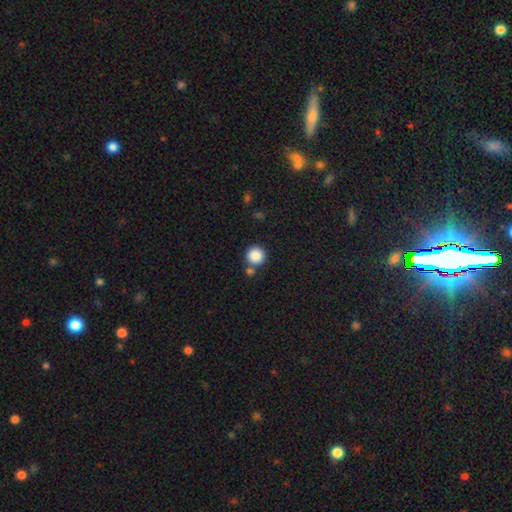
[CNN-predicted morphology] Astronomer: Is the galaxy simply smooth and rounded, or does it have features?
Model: smooth — 87%.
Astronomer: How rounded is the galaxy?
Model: round — 95%.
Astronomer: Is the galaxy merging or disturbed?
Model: none — 75%.